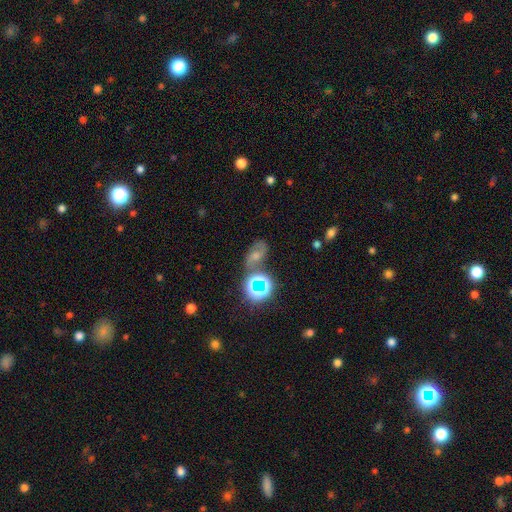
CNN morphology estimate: smooth_or_featured: smooth (p=0.37) [alt: featured or disk p=0.34]
merging: none (p=0.48) [alt: minor disturbance p=0.21]